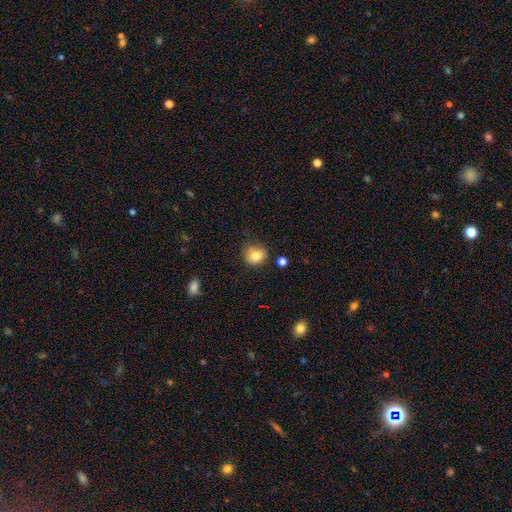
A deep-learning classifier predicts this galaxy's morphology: A smooth galaxy with no disk features (81%) that is round (71%).

Vote fractions:
- Smooth or featured? smooth: 81% / star or artifact: 11% / featured or disk: 9%
- How rounded? round: 71% / in between: 28% / cigar-shaped: 1%
- Merging? none: 64% / minor disturbance: 24% / major disturbance: 6% / merger: 5%